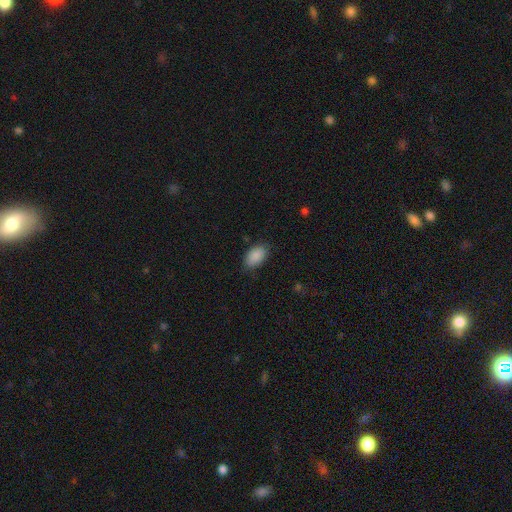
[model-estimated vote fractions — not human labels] Q: Smooth or featured?
A: smooth (89%); runner-up: star or artifact (7%)
Q: How rounded?
A: in between (93%); runner-up: round (6%)
Q: Merging?
A: none (81%); runner-up: minor disturbance (14%)